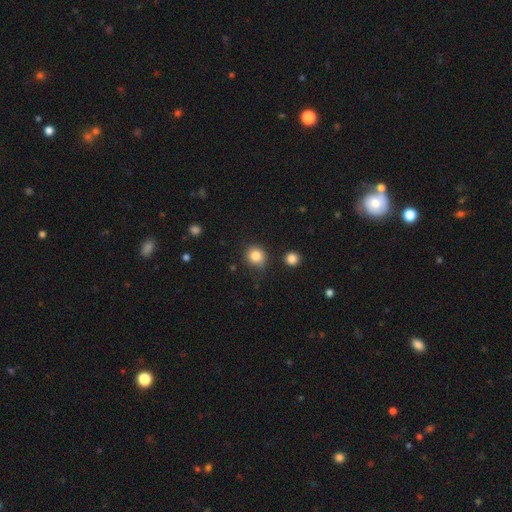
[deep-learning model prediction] Smooth or featured? smooth (84%)
How rounded? round (82%)
Merging? none (81%)